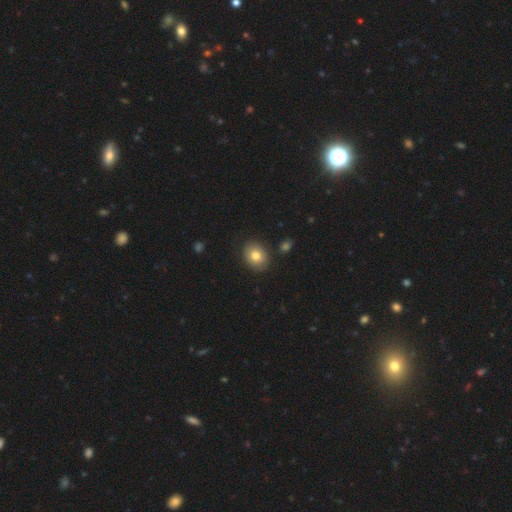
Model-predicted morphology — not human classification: smooth_or_featured: smooth (p=0.78) [alt: featured or disk p=0.12]
how_rounded: in between (p=0.50) [alt: round p=0.49]
merging: none (p=0.86) [alt: minor disturbance p=0.09]